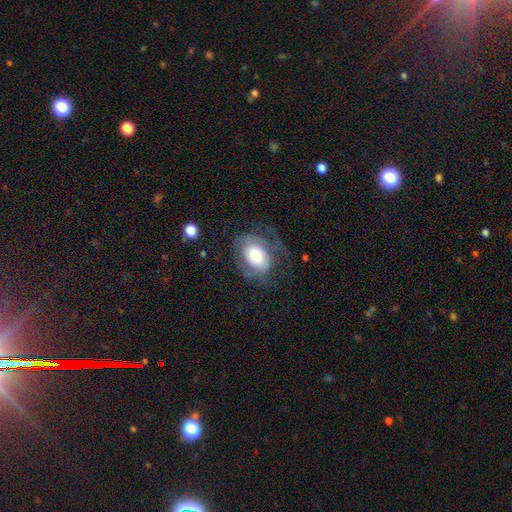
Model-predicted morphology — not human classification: Smooth or featured? featured or disk (47%)
Merging? none (47%)